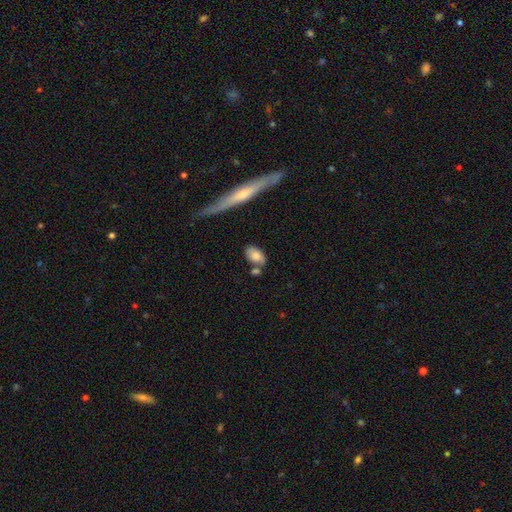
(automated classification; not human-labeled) Smooth or featured?
  - smooth: 75% *
  - featured or disk: 17%
  - star or artifact: 7%
How rounded?
  - in between: 87% *
  - round: 10%
  - cigar-shaped: 4%
Merging?
  - none: 58% *
  - merger: 19%
  - minor disturbance: 18%
  - major disturbance: 6%